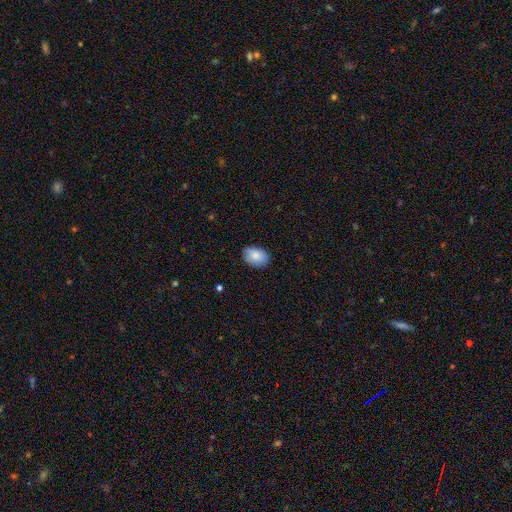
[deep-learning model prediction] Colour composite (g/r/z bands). It shows a smooth galaxy with no disk features (86%) that is in between round and cigar-shaped (86%). Merging: none (86%).